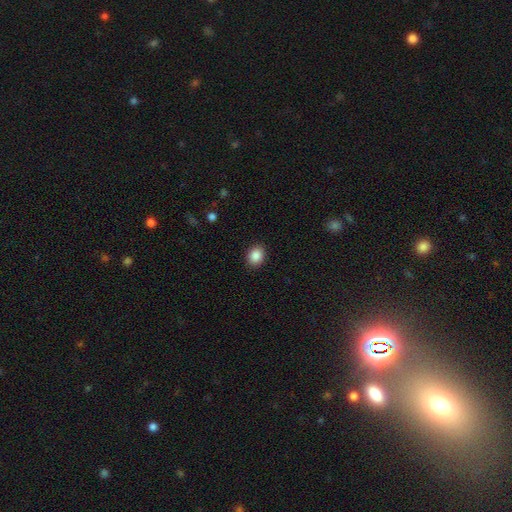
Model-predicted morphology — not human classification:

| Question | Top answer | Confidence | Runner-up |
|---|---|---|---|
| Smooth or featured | smooth | 87% | star or artifact (9%) |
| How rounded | round | 55% | in between (44%) |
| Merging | none | 90% | minor disturbance (7%) |